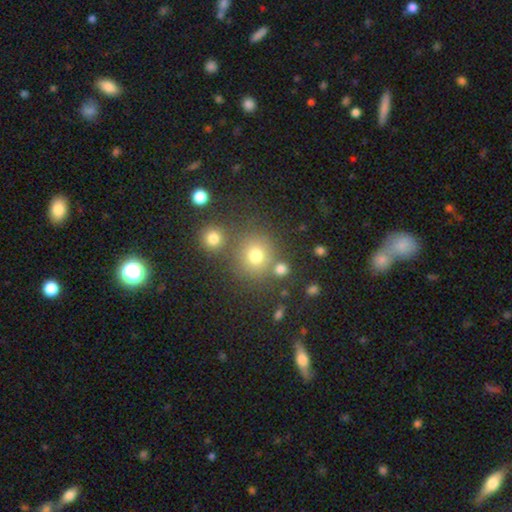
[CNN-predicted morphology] Smooth or featured: smooth — 74% (star or artifact — 17%)
How rounded: round — 88% (in between — 11%)
Merging: none — 71% (merger — 16%)